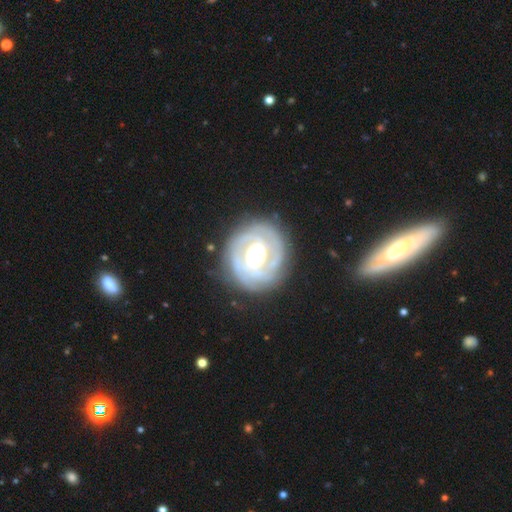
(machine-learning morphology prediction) A featured or disk galaxy (81%) with no bar (40%), 2 (42%) tight (68%) spiral arms (84%) and a moderate central bulge (51%).

Vote fractions:
- Smooth or featured? featured or disk: 81% / smooth: 13% / star or artifact: 6%
- Edge-on disk? no: 98% / yes: 2%
- Bar? no: 40% / weak: 37% / strong: 23%
- Spiral arms? yes: 84% / no: 16%
- Spiral winding? tight: 68% / medium: 24% / loose: 8%
- Spiral arm count? 2: 42% / can't tell: 27% / 3: 12% / 1: 10% / 4: 5% / more than 4: 4%
- Bulge size? moderate: 51% / large: 40% / dominant: 4% / small: 4% / none: 1%
- Merging? none: 77% / minor disturbance: 14% / major disturbance: 8% / merger: 2%